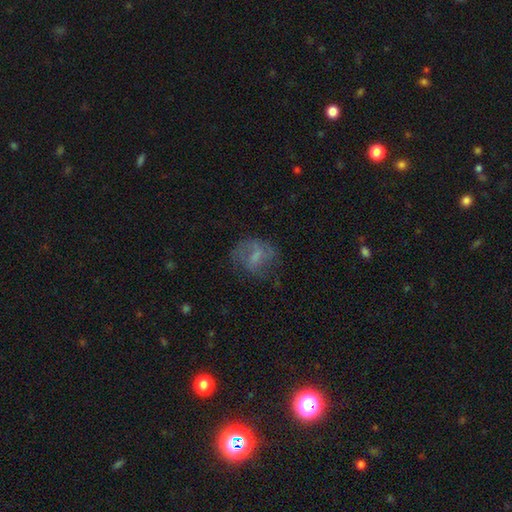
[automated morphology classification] Smooth or featured? featured or disk (48%)
Merging? none (51%)